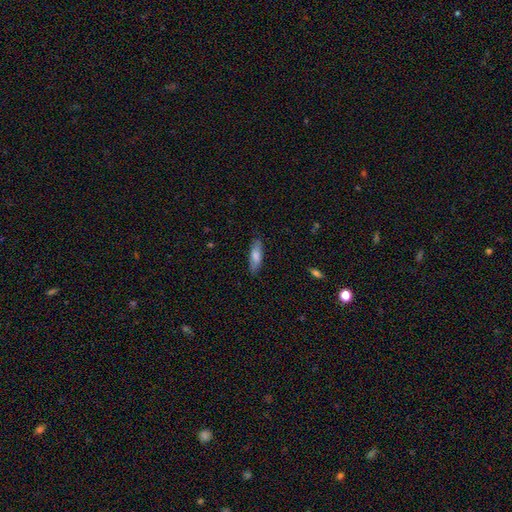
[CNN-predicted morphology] Q: Smooth or featured?
A: smooth (75%); runner-up: featured or disk (19%)
Q: How rounded?
A: in between (53%); runner-up: cigar-shaped (46%)
Q: Merging?
A: none (84%); runner-up: minor disturbance (12%)